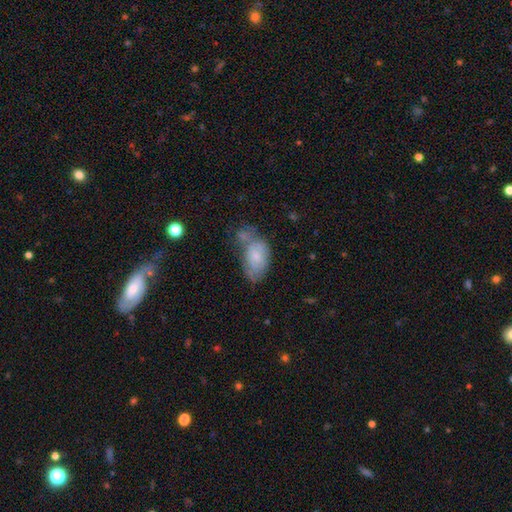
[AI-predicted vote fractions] smooth 63%, featured or disk 29%, star or artifact 8%. Down the decision tree: how rounded — in between (91%); merging — merger (32%).